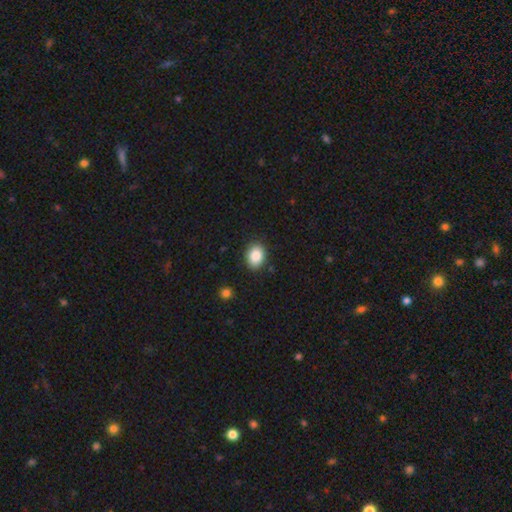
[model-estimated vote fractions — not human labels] A smooth galaxy with no disk features (87%) that is in between round and cigar-shaped (71%). Merging: none (87%).